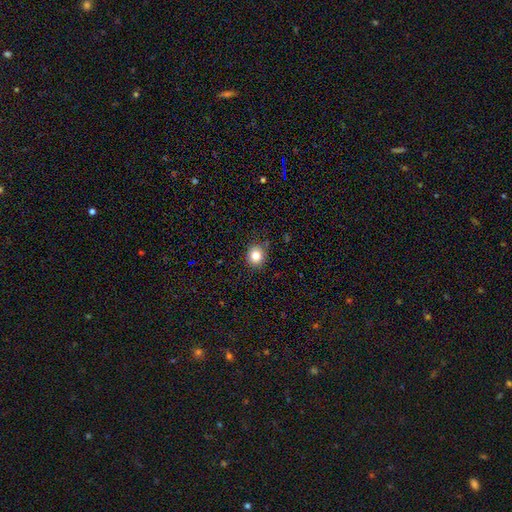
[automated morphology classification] A smooth galaxy with no disk features (81%) that is round (81%).

Vote fractions:
- Smooth or featured? smooth: 81% / star or artifact: 12% / featured or disk: 7%
- How rounded? round: 81% / in between: 18% / cigar-shaped: 1%
- Merging? none: 86% / minor disturbance: 10% / major disturbance: 2% / merger: 1%